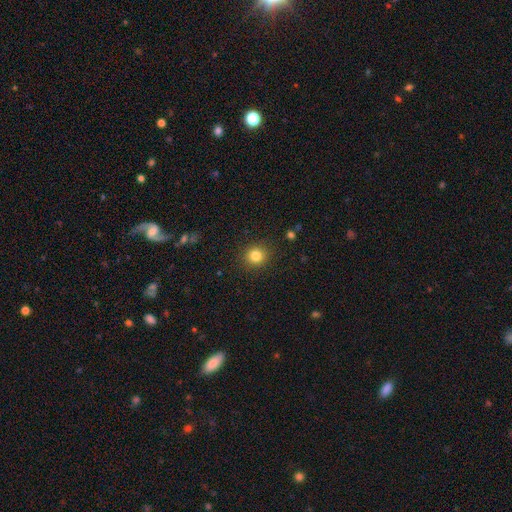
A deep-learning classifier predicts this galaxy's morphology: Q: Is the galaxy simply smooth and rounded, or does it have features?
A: smooth — 82%.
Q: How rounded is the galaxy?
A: round — 88%.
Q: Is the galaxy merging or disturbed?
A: none — 90%.